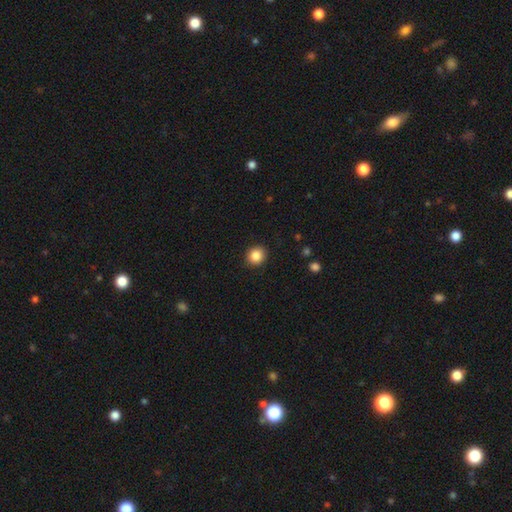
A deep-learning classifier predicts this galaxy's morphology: Smooth or featured: smooth — 86% (star or artifact — 10%)
How rounded: round — 85% (in between — 14%)
Merging: none — 91% (minor disturbance — 6%)